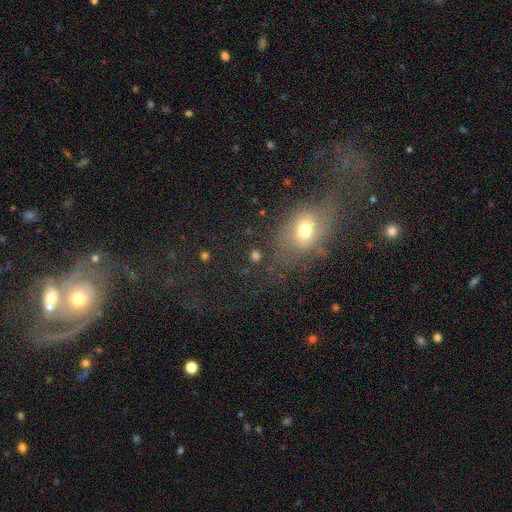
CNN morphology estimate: Q: Smooth or featured?
A: smooth (70%); runner-up: star or artifact (21%)
Q: How rounded?
A: round (72%); runner-up: in between (26%)
Q: Merging?
A: none (77%); runner-up: minor disturbance (10%)